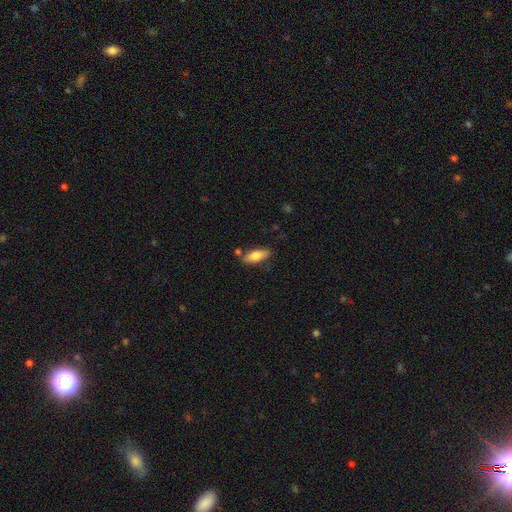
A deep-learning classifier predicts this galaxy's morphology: The model was most divided on "how rounded": in between: 70%, cigar-shaped: 28%, round: 2%. More confident: smooth or featured — smooth (77%); merging — none (76%).